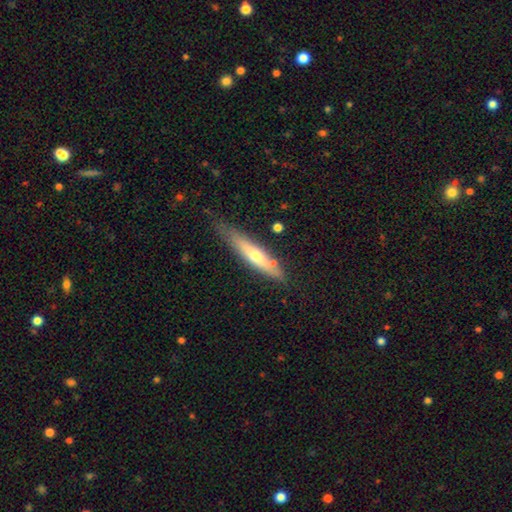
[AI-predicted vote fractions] A featured or disk galaxy (49%). Merging: none (71%).